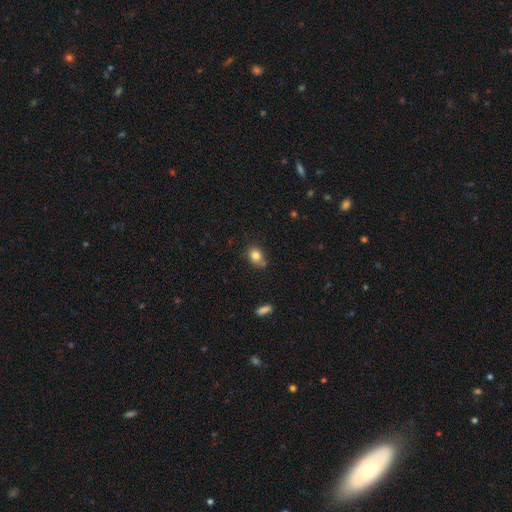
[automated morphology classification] The model was most divided on "how rounded": round: 54%, in between: 45%, cigar-shaped: 1%. More confident: smooth or featured — smooth (81%); merging — none (67%).